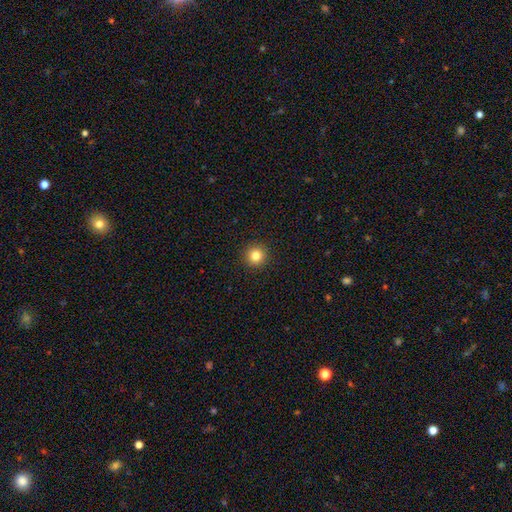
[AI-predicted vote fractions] Q: Smooth or featured?
A: smooth (83%); runner-up: star or artifact (12%)
Q: How rounded?
A: round (96%); runner-up: in between (3%)
Q: Merging?
A: none (93%); runner-up: minor disturbance (4%)